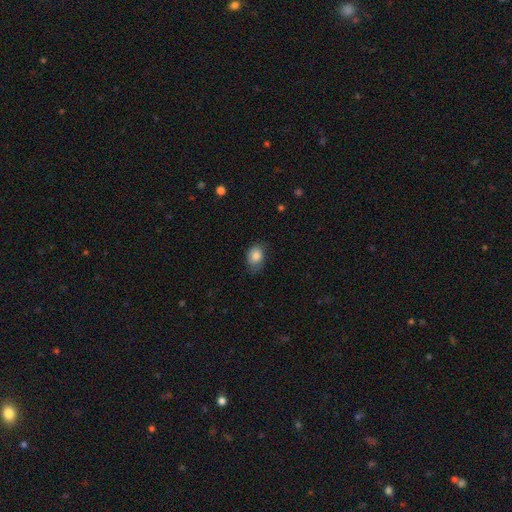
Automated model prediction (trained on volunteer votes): This is clearly a smooth galaxy (85%). How rounded: likely in between (73%). Merging: likely none (67%).